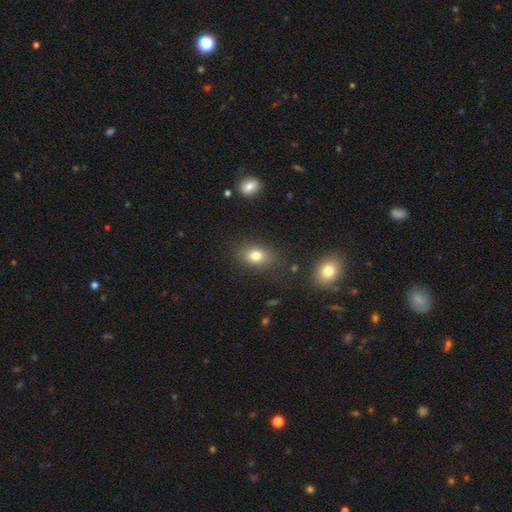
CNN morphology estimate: This is likely a smooth galaxy (77%). How rounded: likely in between (73%). Merging: clearly none (82%).